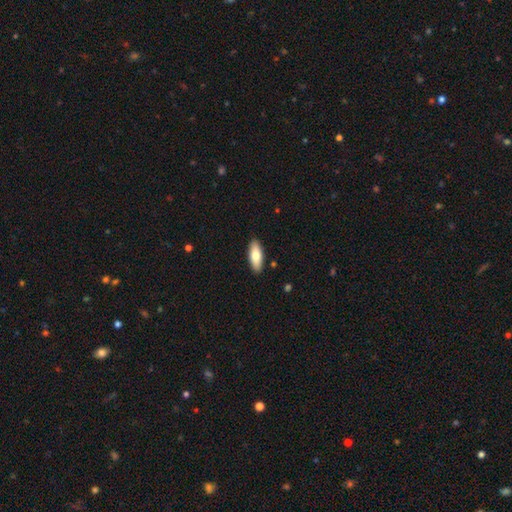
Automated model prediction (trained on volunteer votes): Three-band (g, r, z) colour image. It shows a smooth galaxy with no disk features (76%) that is in between round and cigar-shaped (74%). Merging: none (90%).